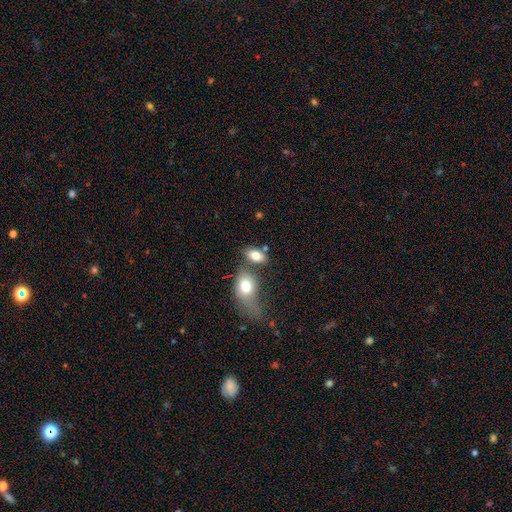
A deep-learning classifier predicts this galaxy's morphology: A smooth galaxy with no disk features (80%) that is in between round and cigar-shaped (88%). Merging: none (48%).